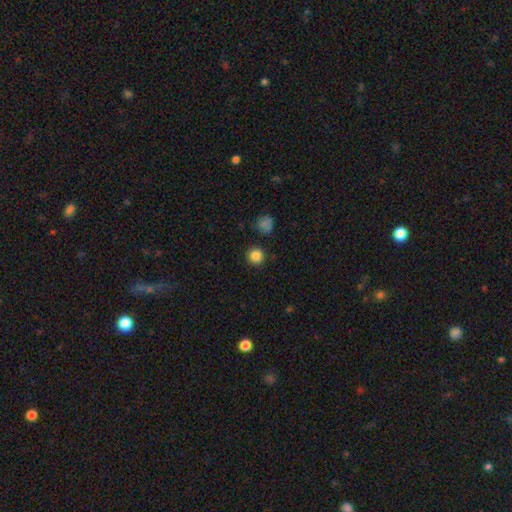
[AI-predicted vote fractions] smooth-or-featured: smooth: 85% | star or artifact: 11% | featured or disk: 3%
  how-rounded: round: 95% | in between: 4% | cigar-shaped: 1%
  merging: none: 91% | minor disturbance: 5% | major disturbance: 2% | merger: 2%